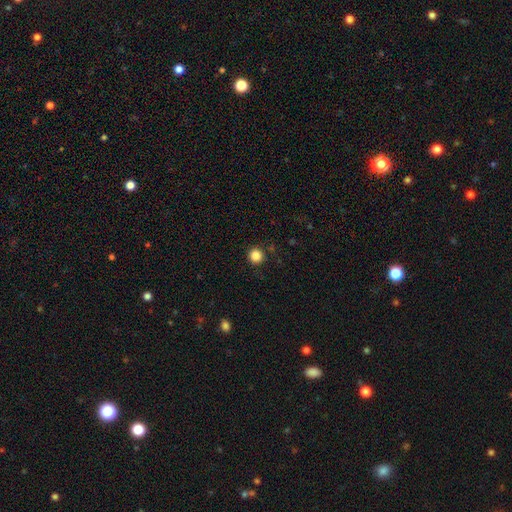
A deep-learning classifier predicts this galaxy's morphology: Overall: smooth (85%). How rounded: round (95%). Merging: none (91%).